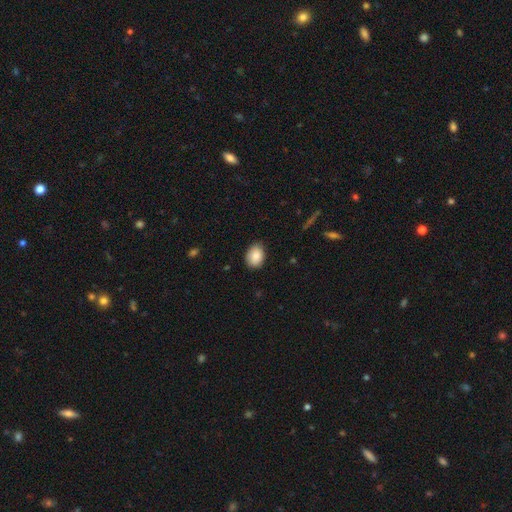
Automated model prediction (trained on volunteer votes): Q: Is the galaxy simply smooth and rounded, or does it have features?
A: smooth — 85%.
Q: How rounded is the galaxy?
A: in between — 69%.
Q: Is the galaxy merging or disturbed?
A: none — 83%.